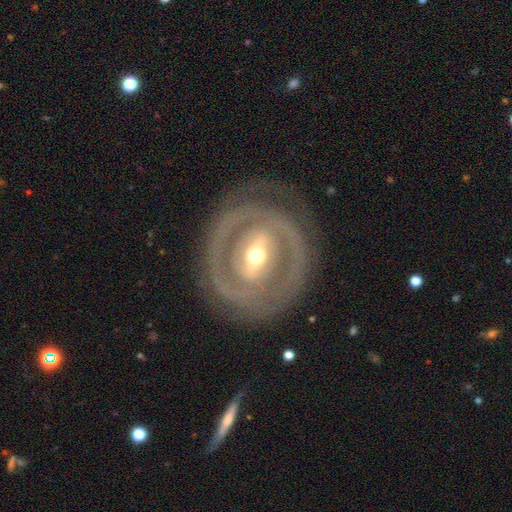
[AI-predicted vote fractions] smooth-or-featured: featured or disk: 79% | smooth: 15% | star or artifact: 5%
  disk-edge-on: no: 94% | yes: 6%
    bar: strong: 51% | weak: 30% | no: 18%
    has-spiral-arms: yes: 53% | no: 47%
    bulge-size: moderate: 64% | small: 25% | large: 9% | dominant: 1% | none: 1%
  merging: none: 75% | minor disturbance: 12% | major disturbance: 11% | merger: 2%